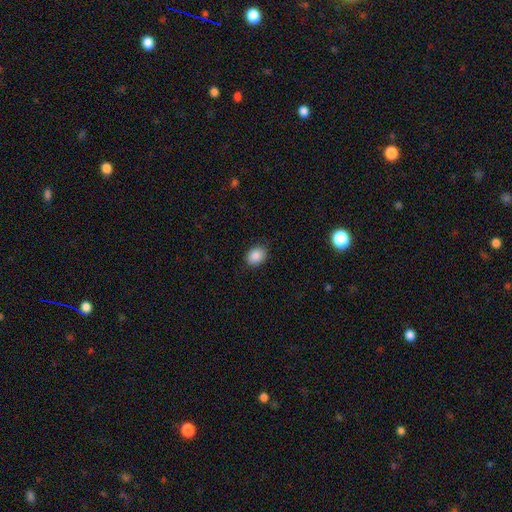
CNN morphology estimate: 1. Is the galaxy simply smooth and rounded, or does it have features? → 88% smooth, 8% star or artifact, 3% featured or disk.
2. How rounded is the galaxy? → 66% in between, 33% round, 1% cigar-shaped.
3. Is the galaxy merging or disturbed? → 86% none, 11% minor disturbance, 3% major disturbance, 1% merger.